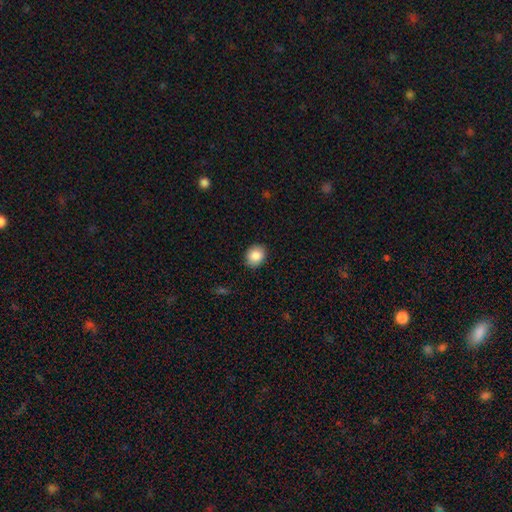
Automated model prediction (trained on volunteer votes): This appears to be a smooth galaxy with no disk features (88%) that is round (63%). Merging: none (89%).